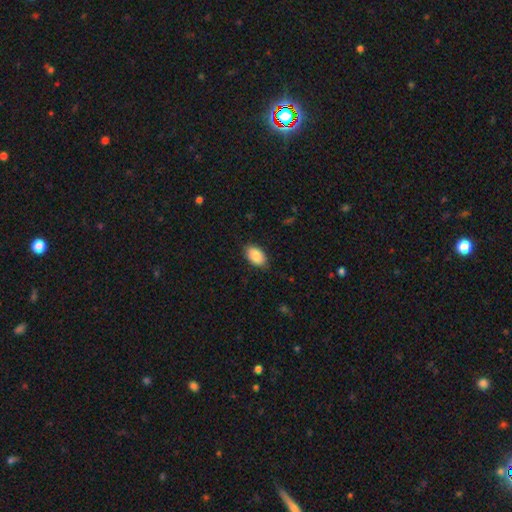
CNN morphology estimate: Smooth or featured?
  - smooth: 89% *
  - star or artifact: 6%
  - featured or disk: 5%
How rounded?
  - in between: 93% *
  - round: 6%
  - cigar-shaped: 1%
Merging?
  - none: 83% *
  - minor disturbance: 13%
  - major disturbance: 3%
  - merger: 1%